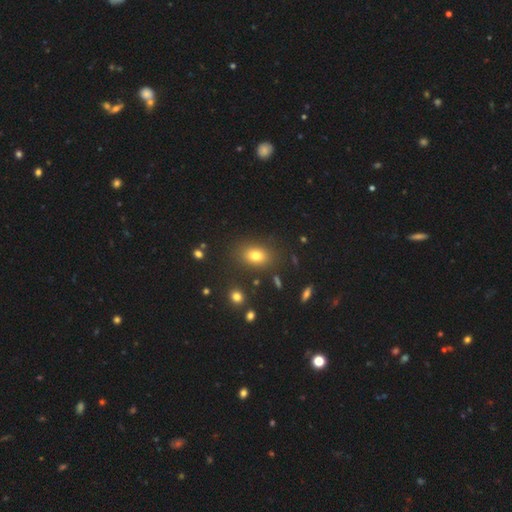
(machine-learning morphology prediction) smooth-or-featured: smooth: 77% | star or artifact: 13% | featured or disk: 11%
  how-rounded: in between: 74% | round: 24% | cigar-shaped: 2%
  merging: none: 84% | minor disturbance: 10% | major disturbance: 4% | merger: 3%